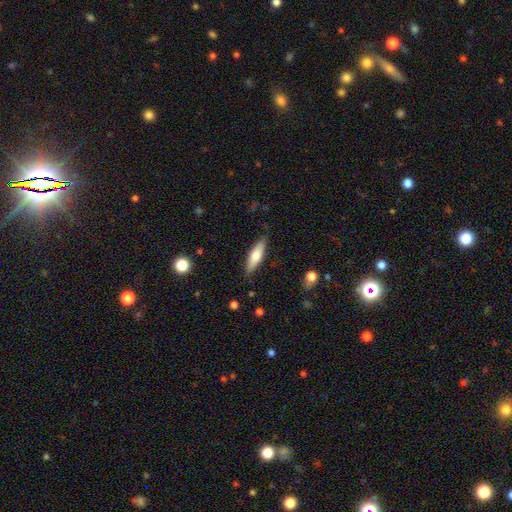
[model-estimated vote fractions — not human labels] Smooth or featured? smooth (61%)
How rounded? cigar-shaped (56%)
Merging? none (84%)